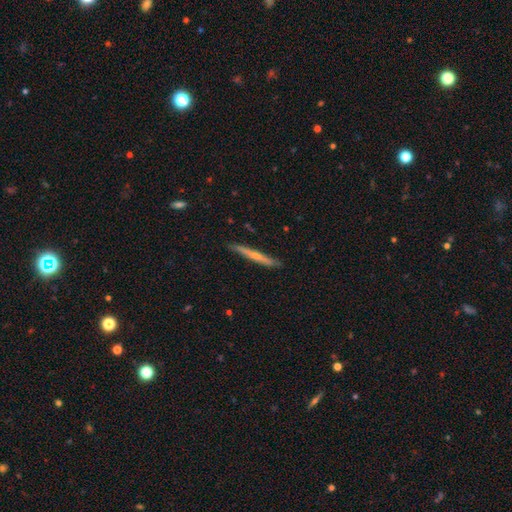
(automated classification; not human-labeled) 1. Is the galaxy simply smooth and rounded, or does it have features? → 62% featured or disk, 33% smooth, 6% star or artifact.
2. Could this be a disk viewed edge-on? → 97% yes, 3% no.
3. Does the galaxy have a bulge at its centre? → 67% rounded, 29% none, 4% boxy.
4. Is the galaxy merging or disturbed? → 87% none, 10% minor disturbance, 2% major disturbance, 1% merger.